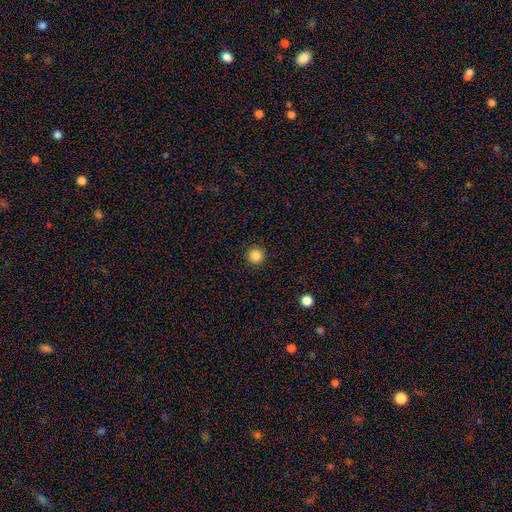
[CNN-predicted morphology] Smooth or featured?
  - smooth: 85% *
  - star or artifact: 11%
  - featured or disk: 4%
How rounded?
  - round: 96% *
  - in between: 3%
  - cigar-shaped: 1%
Merging?
  - none: 93% *
  - minor disturbance: 5%
  - major disturbance: 2%
  - merger: 1%